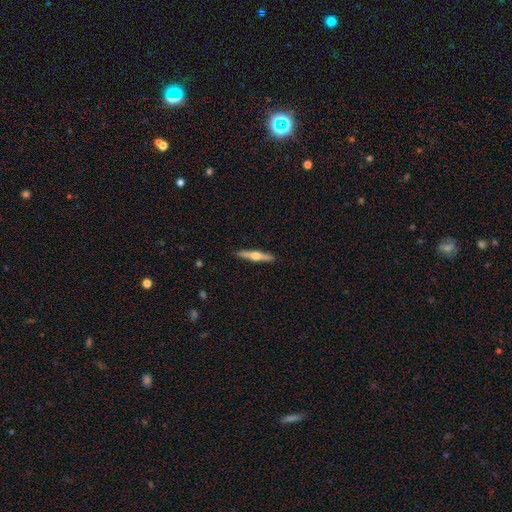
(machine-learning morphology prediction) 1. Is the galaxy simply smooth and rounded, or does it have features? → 64% featured or disk, 31% smooth, 5% star or artifact.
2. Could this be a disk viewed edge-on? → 97% yes, 3% no.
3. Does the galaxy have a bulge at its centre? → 93% rounded, 4% boxy, 3% none.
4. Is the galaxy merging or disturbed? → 91% none, 6% minor disturbance, 1% major disturbance, 1% merger.